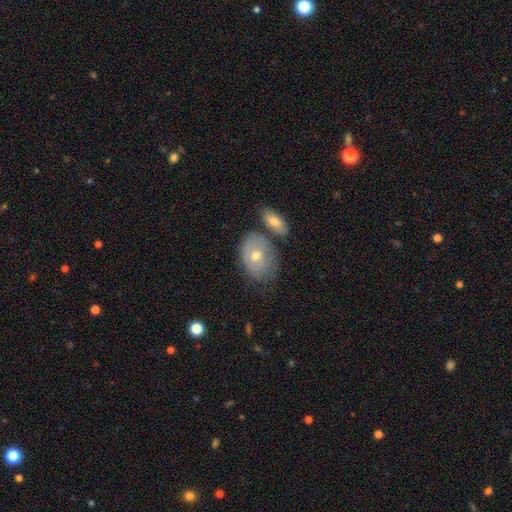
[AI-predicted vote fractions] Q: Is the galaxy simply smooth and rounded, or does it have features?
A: smooth — 58%.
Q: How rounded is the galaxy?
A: in between — 73%.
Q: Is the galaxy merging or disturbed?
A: none — 54%.